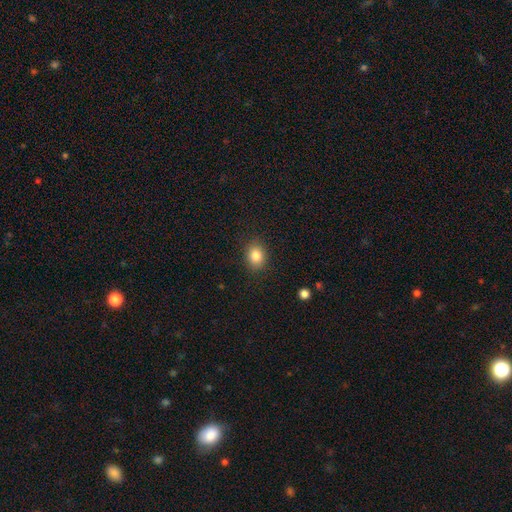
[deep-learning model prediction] Q: Smooth or featured?
A: smooth (85%); runner-up: star or artifact (9%)
Q: How rounded?
A: round (52%); runner-up: in between (47%)
Q: Merging?
A: none (87%); runner-up: minor disturbance (9%)